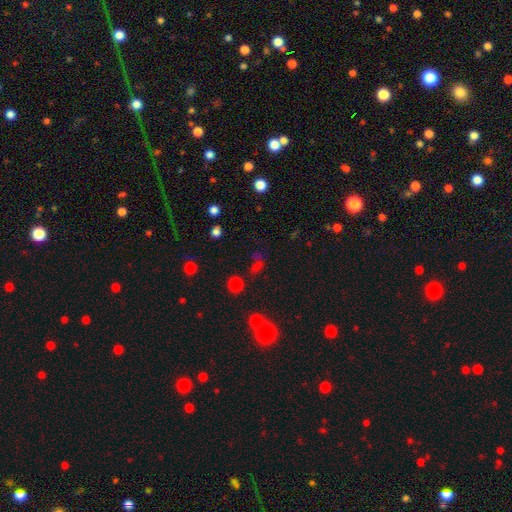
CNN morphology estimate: Overall: smooth (48%; star or artifact 43%). Merging: none (64%).